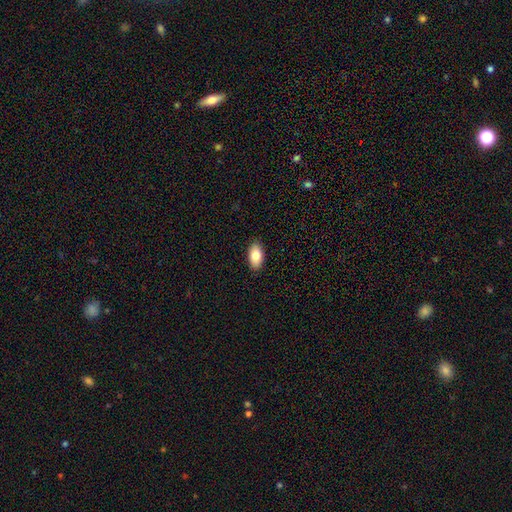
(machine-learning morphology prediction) Overall: smooth (82%). How rounded: in between (94%). Merging: none (90%).